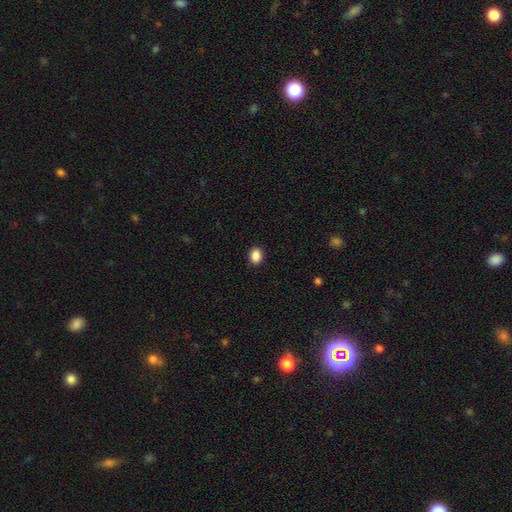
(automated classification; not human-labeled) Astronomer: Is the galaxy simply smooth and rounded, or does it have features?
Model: smooth — 89%.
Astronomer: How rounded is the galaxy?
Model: in between — 52% (runner-up: round, 47%).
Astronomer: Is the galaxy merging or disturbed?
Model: none — 90%.